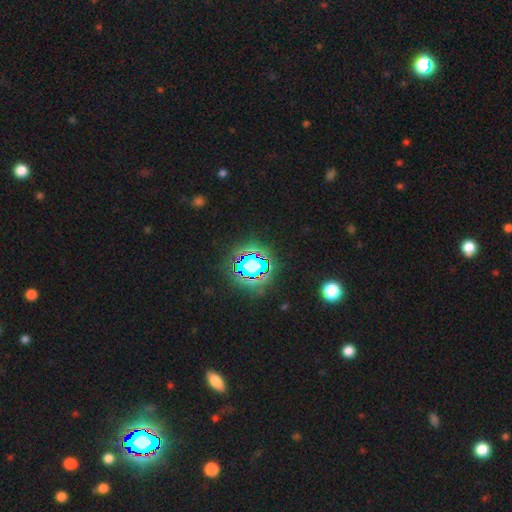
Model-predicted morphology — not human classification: A star or artifact, not a galaxy (81%).